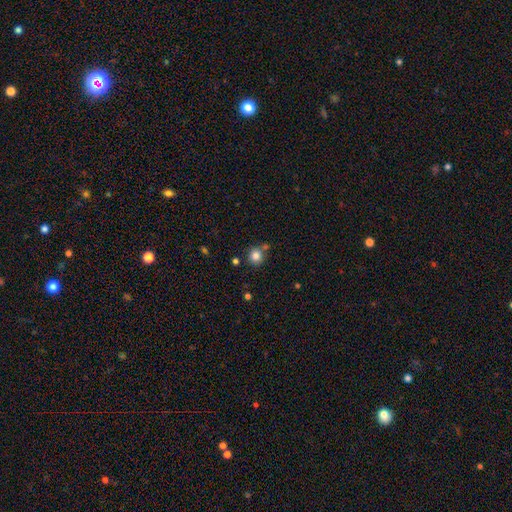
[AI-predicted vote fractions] Smooth or featured: smooth — 83% (star or artifact — 11%)
How rounded: round — 91% (in between — 8%)
Merging: none — 74% (merger — 13%)